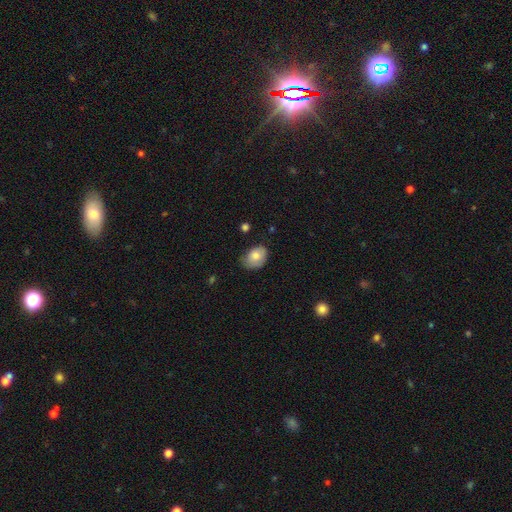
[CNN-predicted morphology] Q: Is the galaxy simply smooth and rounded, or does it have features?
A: smooth — 76%.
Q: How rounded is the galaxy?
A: in between — 72%.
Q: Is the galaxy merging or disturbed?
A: none — 54%.